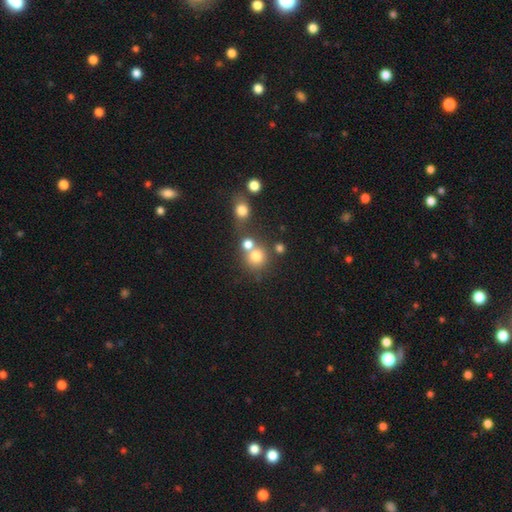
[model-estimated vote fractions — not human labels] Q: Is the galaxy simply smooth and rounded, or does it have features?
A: smooth — 75%.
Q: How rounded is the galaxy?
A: round — 88%.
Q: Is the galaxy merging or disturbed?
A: none — 52%.